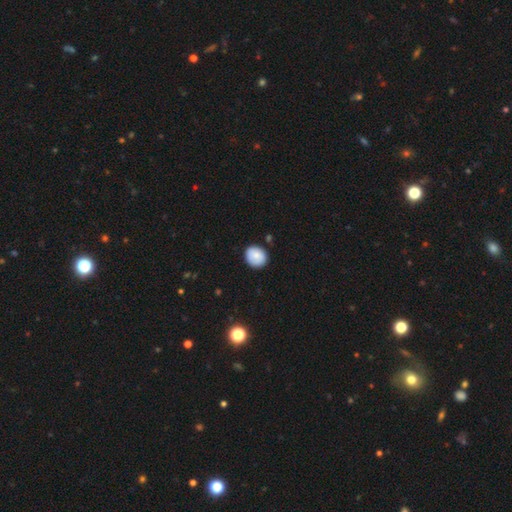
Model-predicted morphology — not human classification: smooth 84%, featured or disk 8%, star or artifact 8%. Down the decision tree: how rounded — round (76%); merging — none (84%).